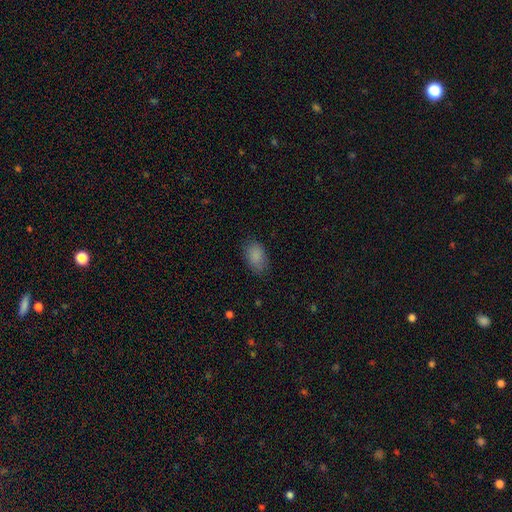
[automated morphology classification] The model was most divided on "merging": none: 79%, minor disturbance: 16%, major disturbance: 4%, merger: 1%. More confident: how rounded — in between (90%); smooth or featured — smooth (86%).